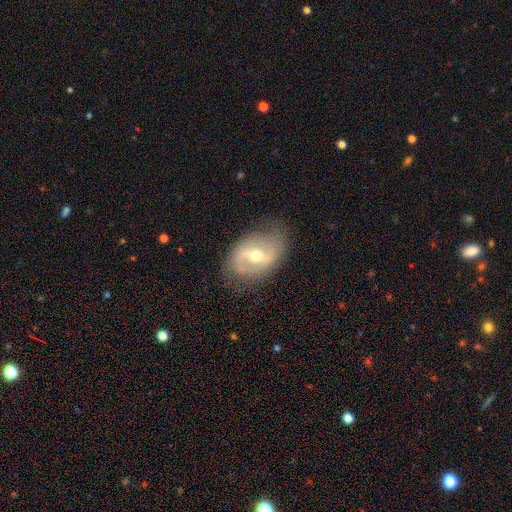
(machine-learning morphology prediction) This appears to be a featured or disk galaxy (72%) with a weak bar (45%), spiral arms (66%) and a moderate central bulge (69%). Merging: none (73%).